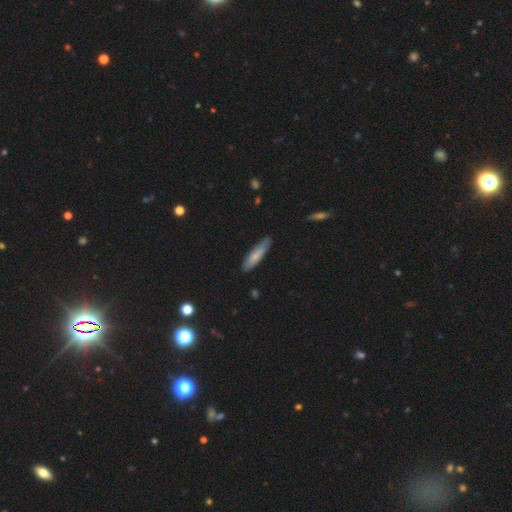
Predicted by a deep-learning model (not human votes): Smooth or featured?
  - smooth: 75% *
  - featured or disk: 20%
  - star or artifact: 6%
How rounded?
  - cigar-shaped: 79% *
  - in between: 20%
  - round: 1%
Merging?
  - none: 79% *
  - minor disturbance: 17%
  - major disturbance: 2%
  - merger: 1%